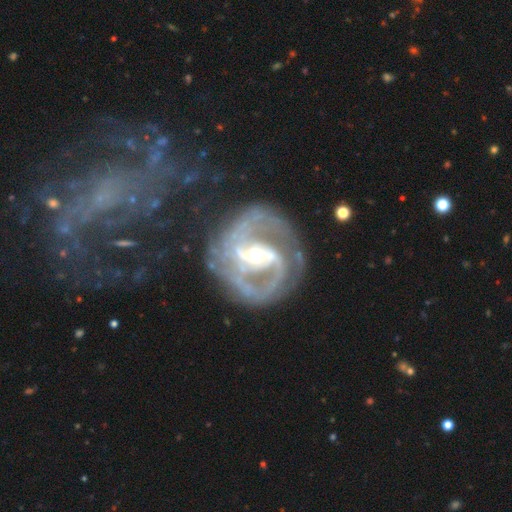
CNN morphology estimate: Smooth or featured?
  - featured or disk: 92% *
  - star or artifact: 5%
  - smooth: 4%
Edge-on disk?
  - no: 98% *
  - yes: 2%
Bar?
  - strong: 42% *
  - weak: 40%
  - no: 18%
Spiral arms?
  - yes: 97% *
  - no: 3%
Spiral winding?
  - medium: 50% *
  - tight: 36%
  - loose: 13%
Spiral arm count?
  - 2: 75% *
  - 3: 9%
  - can't tell: 7%
  - 1: 3%
  - 4: 3%
  - more than 4: 3%
Bulge size?
  - moderate: 65% *
  - small: 27%
  - large: 6%
  - none: 1%
  - dominant: 1%
Merging?
  - none: 70% *
  - minor disturbance: 17%
  - major disturbance: 11%
  - merger: 2%